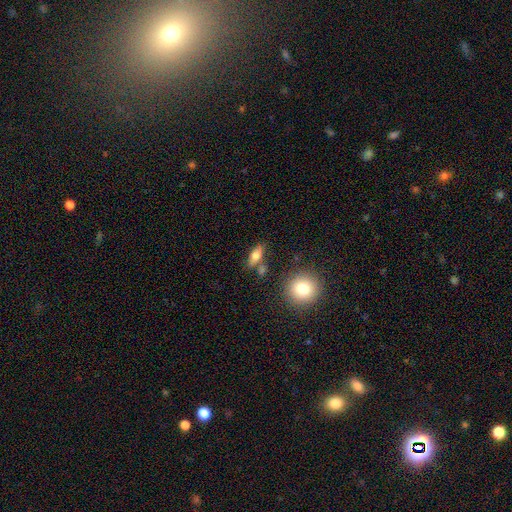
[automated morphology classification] smooth_or_featured: smooth (p=0.65) [alt: featured or disk p=0.26]
how_rounded: in between (p=0.72) [alt: cigar-shaped p=0.20]
merging: none (p=0.71) [alt: minor disturbance p=0.14]